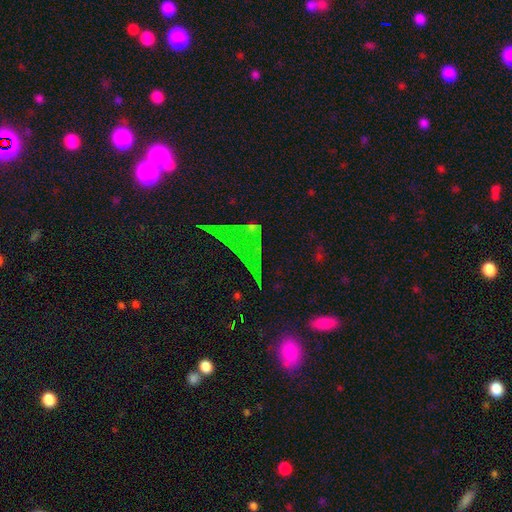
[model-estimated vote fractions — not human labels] star or artifact 63%, smooth 21%, featured or disk 16%.